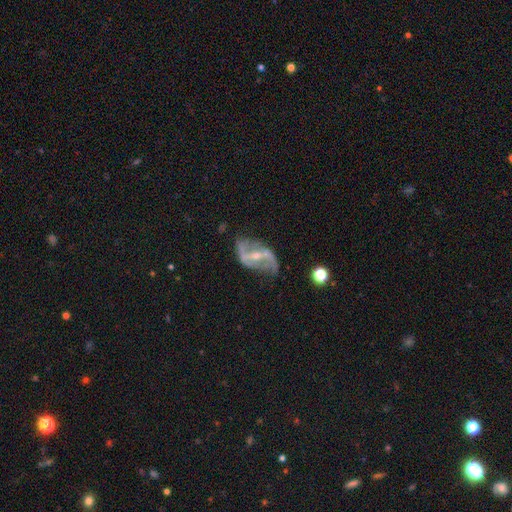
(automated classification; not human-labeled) smooth-or-featured: featured or disk: 87% | smooth: 7% | star or artifact: 6%
  disk-edge-on: no: 94% | yes: 6%
    bar: strong: 64% | weak: 26% | no: 10%
    has-spiral-arms: yes: 87% | no: 13%
      spiral-winding: loose: 61% | medium: 29% | tight: 10%
      spiral-arm-count: 2: 89% | can't tell: 5% | 1: 3% | 3: 1% | 4: 1% | more than 4: 1%
    bulge-size: small: 55% | moderate: 41% | none: 2% | large: 1% | dominant: 1%
  merging: none: 62% | minor disturbance: 23% | major disturbance: 13% | merger: 3%